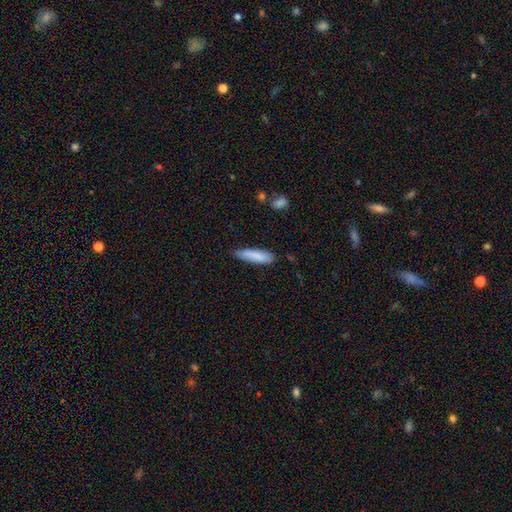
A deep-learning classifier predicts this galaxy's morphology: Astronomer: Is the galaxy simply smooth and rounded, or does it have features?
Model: smooth — 84%.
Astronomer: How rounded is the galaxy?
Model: cigar-shaped — 69%.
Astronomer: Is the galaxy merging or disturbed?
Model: none — 71%.